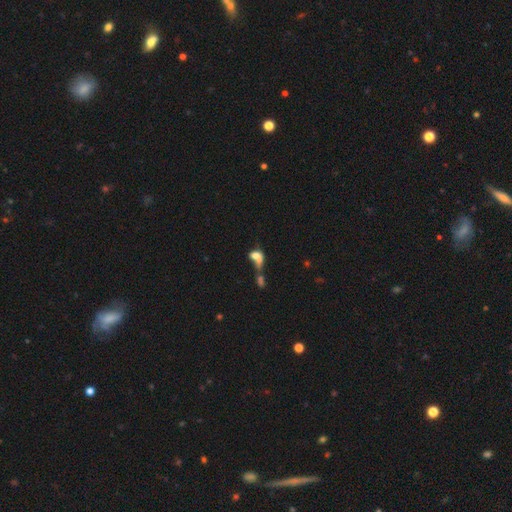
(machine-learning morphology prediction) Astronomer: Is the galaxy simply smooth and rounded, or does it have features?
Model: smooth — 62%.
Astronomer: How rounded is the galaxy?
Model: in between — 64%.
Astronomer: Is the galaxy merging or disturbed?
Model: merger — 58%.